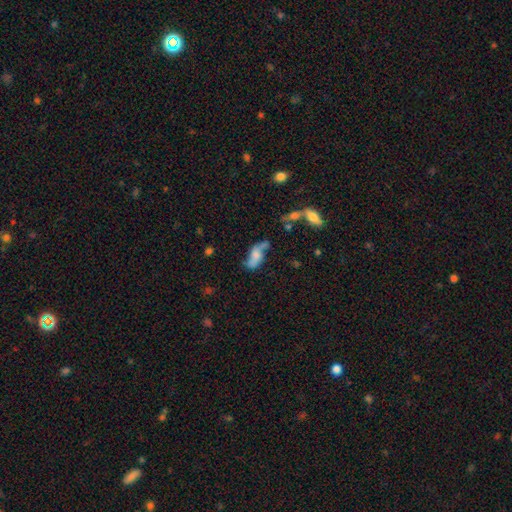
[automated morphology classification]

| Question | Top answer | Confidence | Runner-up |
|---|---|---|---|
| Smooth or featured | featured or disk | 59% | smooth (32%) |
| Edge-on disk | no | 91% | yes (9%) |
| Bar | no | 62% | weak (29%) |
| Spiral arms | yes | 85% | no (15%) |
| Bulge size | none | 32% | moderate (26%) |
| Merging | none | 52% | minor disturbance (24%) |